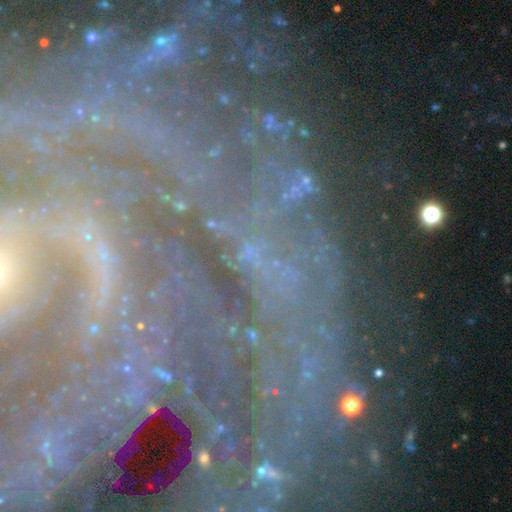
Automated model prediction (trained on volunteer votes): Smooth or featured: star or artifact — 48% (featured or disk — 40%)